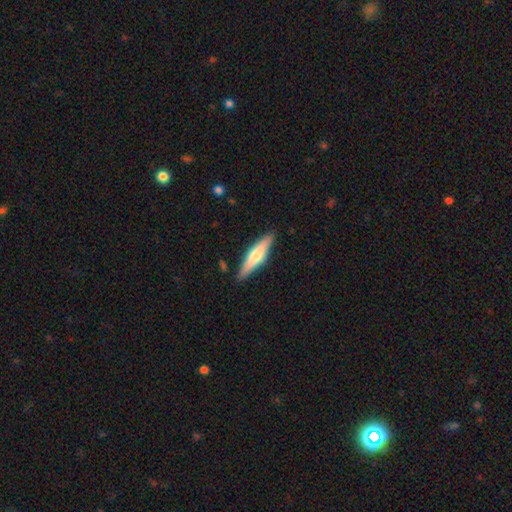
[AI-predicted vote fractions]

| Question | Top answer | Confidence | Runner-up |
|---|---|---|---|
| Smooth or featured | smooth | 50% | featured or disk (45%) |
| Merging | none | 86% | minor disturbance (10%) |